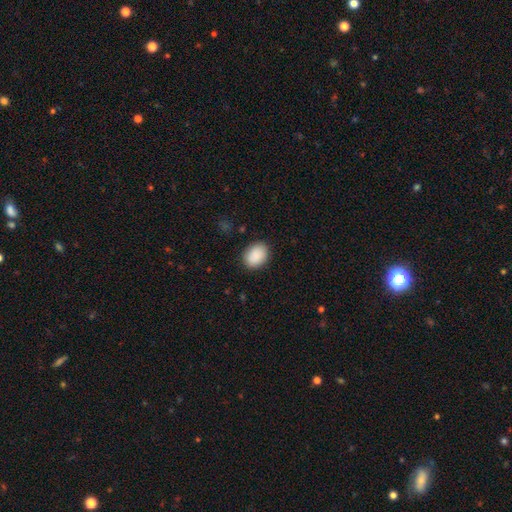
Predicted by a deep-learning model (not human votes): Smooth or featured?
  - smooth: 90% *
  - star or artifact: 6%
  - featured or disk: 3%
How rounded?
  - in between: 66% *
  - round: 33%
  - cigar-shaped: 1%
Merging?
  - none: 87% *
  - minor disturbance: 10%
  - major disturbance: 3%
  - merger: 1%